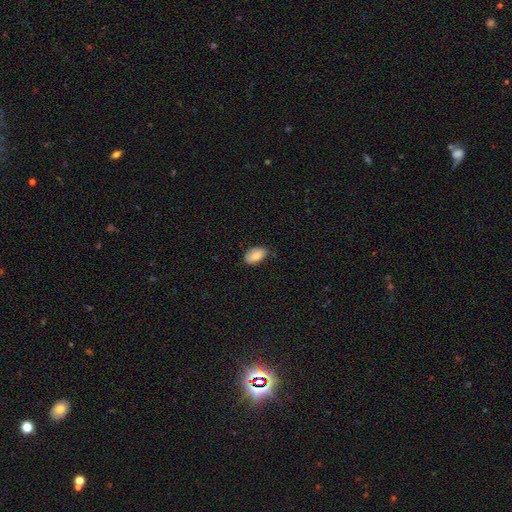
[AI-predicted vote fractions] The model was most divided on "merging": none: 73%, minor disturbance: 23%, major disturbance: 3%, merger: 1%. More confident: how rounded — in between (93%); smooth or featured — smooth (84%).